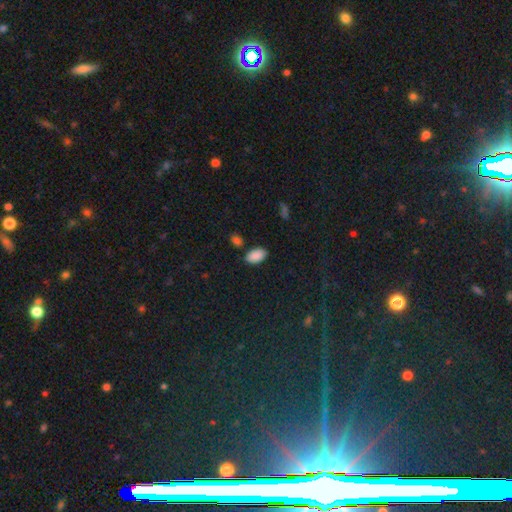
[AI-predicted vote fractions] Morphology: type=smooth (88%); roundness=in between (95%); merging=none (81%).